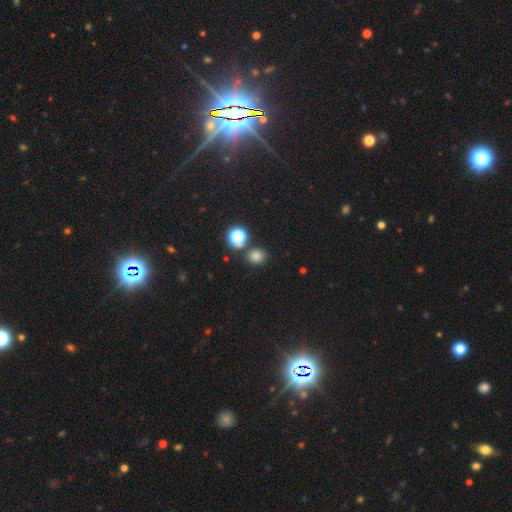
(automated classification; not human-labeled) Smooth or featured? Predicted: smooth (p=0.75). How rounded? Predicted: round (p=0.71). Merging? Predicted: none (p=0.79).